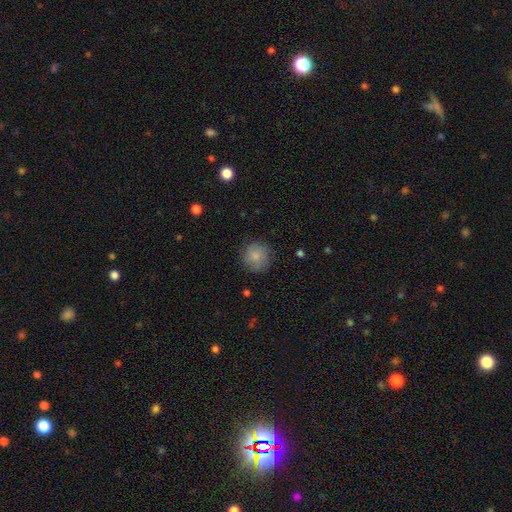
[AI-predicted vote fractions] Smooth or featured? smooth (81%)
How rounded? round (93%)
Merging? none (82%)